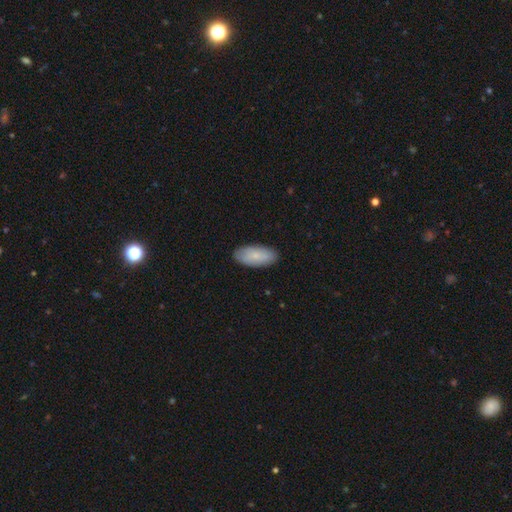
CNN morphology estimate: The model was most divided on "smooth or featured": smooth: 78%, featured or disk: 16%, star or artifact: 6%. More confident: how rounded — in between (90%); merging — none (88%).